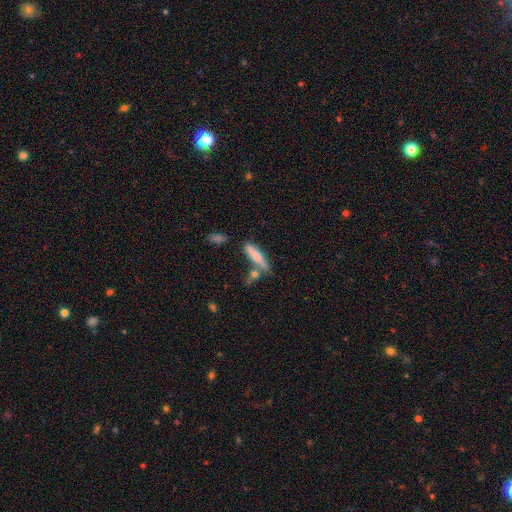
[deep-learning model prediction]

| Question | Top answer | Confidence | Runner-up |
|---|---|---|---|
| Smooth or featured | smooth | 66% | featured or disk (28%) |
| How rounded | cigar-shaped | 79% | in between (19%) |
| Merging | none | 63% | merger (16%) |